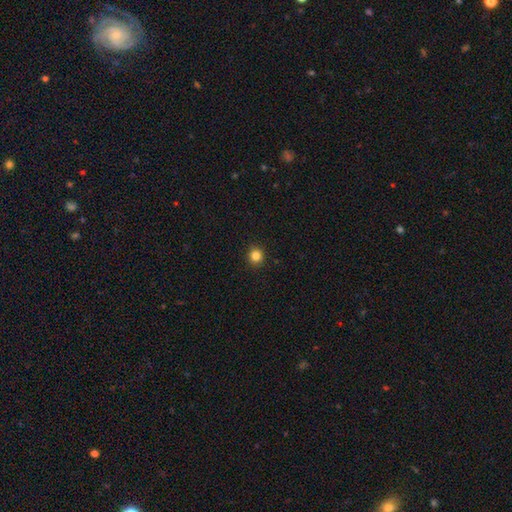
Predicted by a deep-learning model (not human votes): smooth_or_featured: smooth (p=0.84) [alt: star or artifact p=0.12]
how_rounded: round (p=0.90) [alt: in between p=0.09]
merging: none (p=0.92) [alt: minor disturbance p=0.05]